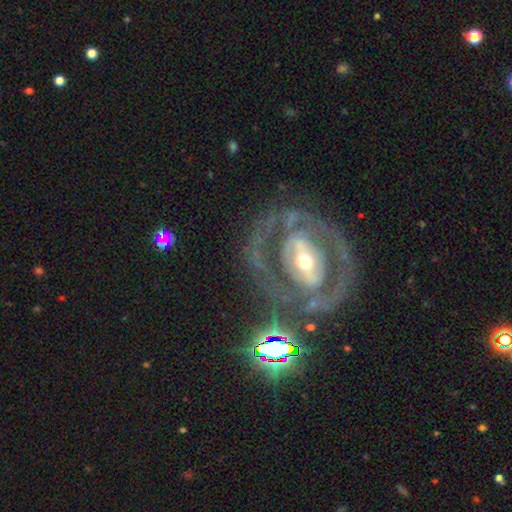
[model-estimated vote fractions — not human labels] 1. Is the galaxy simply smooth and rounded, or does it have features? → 80% featured or disk, 13% smooth, 8% star or artifact.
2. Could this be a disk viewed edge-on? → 94% no, 6% yes.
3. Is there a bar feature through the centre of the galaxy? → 39% strong, 32% no, 29% weak.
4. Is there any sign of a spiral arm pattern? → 53% yes, 47% no.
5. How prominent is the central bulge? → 54% moderate, 37% small, 7% large, 1% dominant, 1% none.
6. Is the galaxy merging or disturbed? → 67% none, 15% major disturbance, 14% minor disturbance, 3% merger.